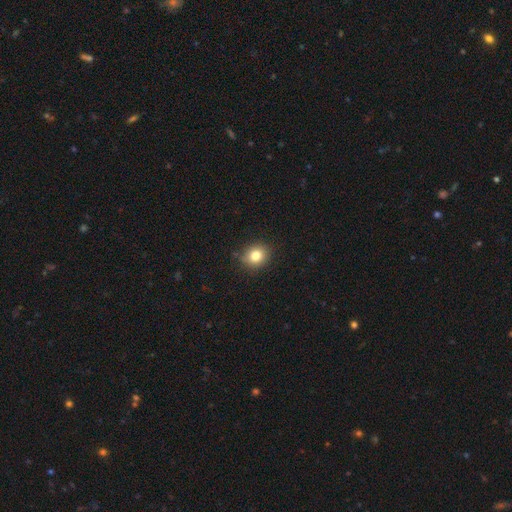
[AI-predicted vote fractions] smooth 81%, star or artifact 11%, featured or disk 8%. Down the decision tree: how rounded — round (71%); merging — none (86%).